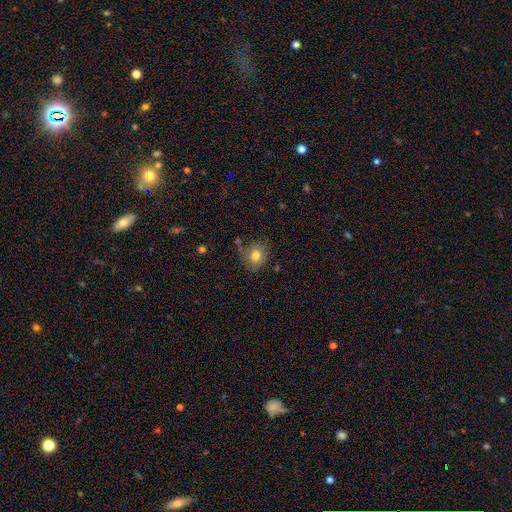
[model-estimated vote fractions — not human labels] This appears to be a smooth galaxy with no disk features (77%) that is round (77%). Merging: none (70%).